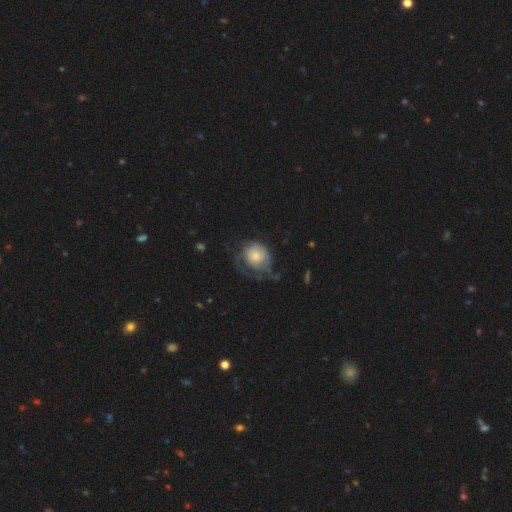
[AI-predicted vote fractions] smooth 52%, featured or disk 41%, star or artifact 7%. Down the decision tree: how rounded — round (73%); merging — major disturbance (36%).